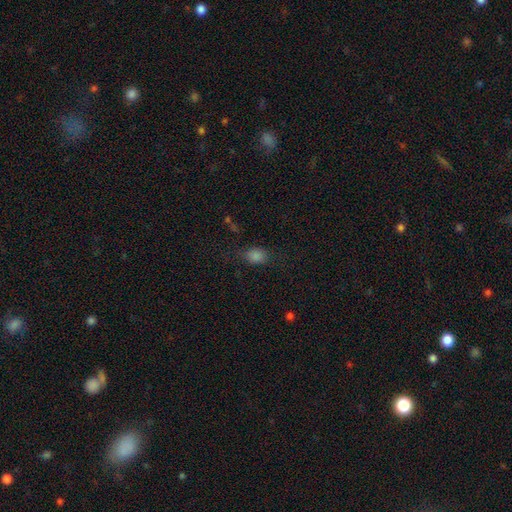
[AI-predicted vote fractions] A smooth galaxy with no disk features (78%) that is in between round and cigar-shaped (66%).

Vote fractions:
- Smooth or featured? smooth: 78% / star or artifact: 15% / featured or disk: 7%
- How rounded? in between: 66% / round: 32% / cigar-shaped: 2%
- Merging? none: 72% / minor disturbance: 18% / major disturbance: 8% / merger: 2%